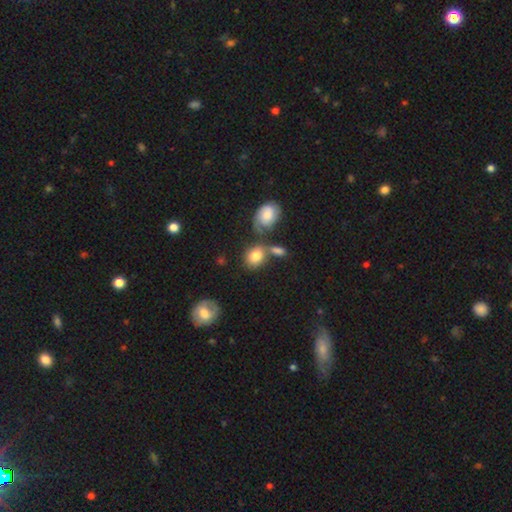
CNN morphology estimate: Q: Smooth or featured?
A: smooth (76%); runner-up: featured or disk (16%)
Q: How rounded?
A: in between (57%); runner-up: round (41%)
Q: Merging?
A: none (43%); runner-up: merger (33%)